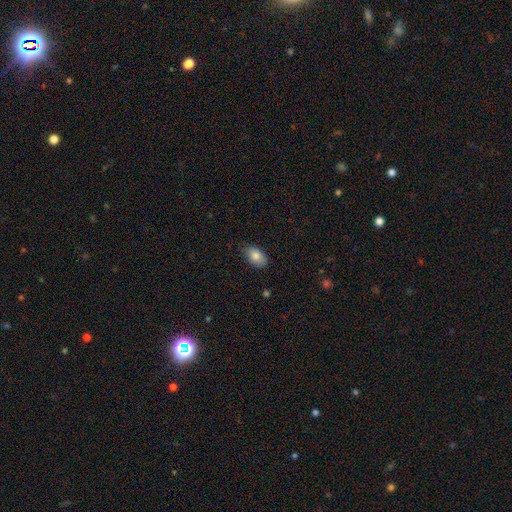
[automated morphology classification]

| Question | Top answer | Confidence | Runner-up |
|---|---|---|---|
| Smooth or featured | smooth | 83% | featured or disk (10%) |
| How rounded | in between | 92% | round (7%) |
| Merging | none | 81% | minor disturbance (16%) |